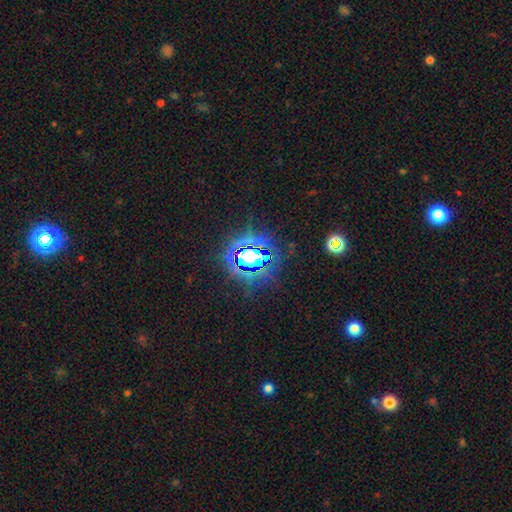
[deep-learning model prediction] smooth-or-featured: star or artifact: 83% | smooth: 11% | featured or disk: 6%